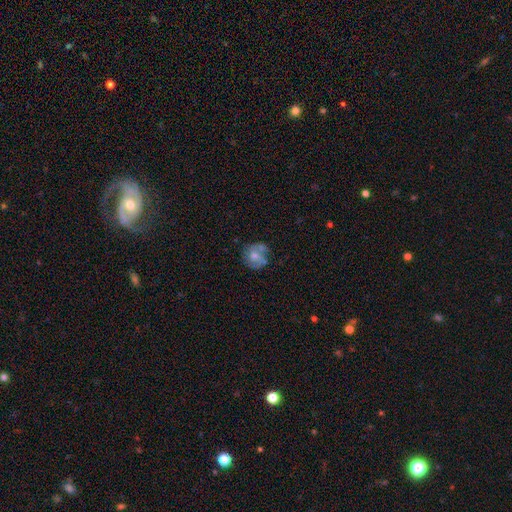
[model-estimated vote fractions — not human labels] Morphology: type=smooth (50%); merging=none (52%).